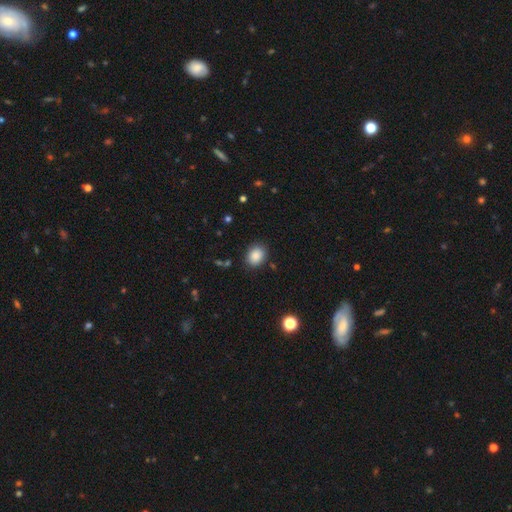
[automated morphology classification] smooth_or_featured: smooth (p=0.87) [alt: star or artifact p=0.09]
how_rounded: in between (p=0.56) [alt: round p=0.43]
merging: none (p=0.85) [alt: minor disturbance p=0.10]